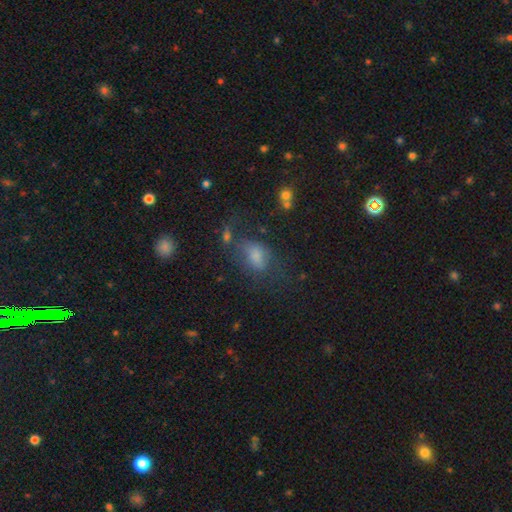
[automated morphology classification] smooth 59%, featured or disk 21%, star or artifact 20%. Down the decision tree: how rounded — in between (78%); merging — none (49%).